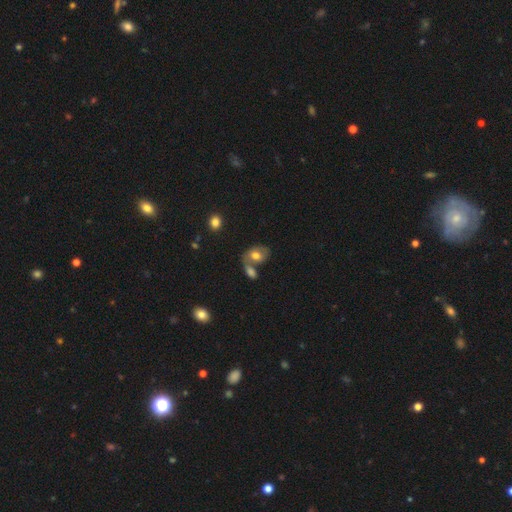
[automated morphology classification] A smooth galaxy with no disk features (64%) that is in between round and cigar-shaped (74%). Merging: none (40%, tied with merger).